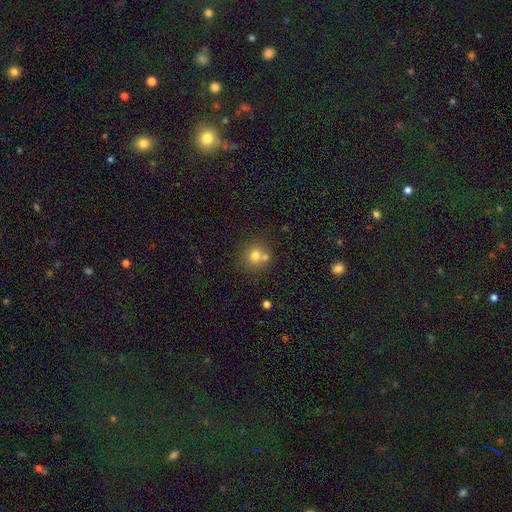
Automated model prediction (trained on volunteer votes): This appears to be a smooth galaxy with no disk features (75%) that is round (88%). Merging: none (58%).